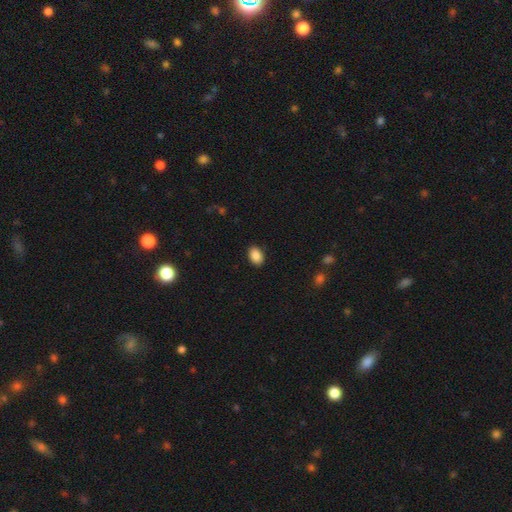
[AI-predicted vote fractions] smooth_or_featured: smooth (p=0.89) [alt: star or artifact p=0.08]
how_rounded: in between (p=0.86) [alt: round p=0.13]
merging: none (p=0.90) [alt: minor disturbance p=0.07]